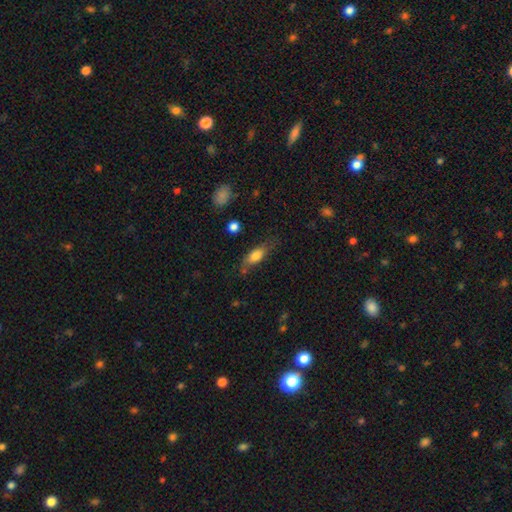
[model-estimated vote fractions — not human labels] A smooth galaxy with no disk features (74%) that is in between round and cigar-shaped (70%). Merging: none (62%).